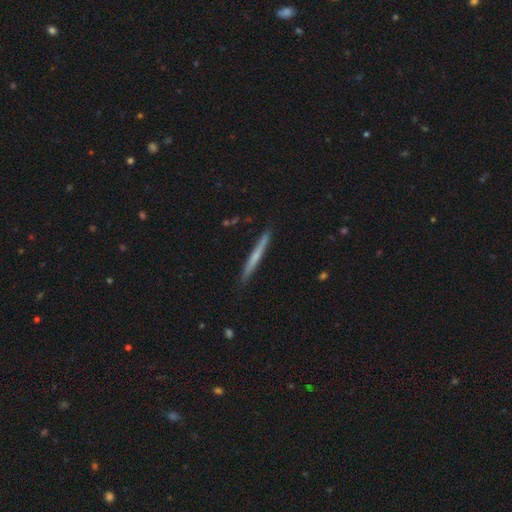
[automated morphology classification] smooth_or_featured: featured or disk (p=0.47) [tied with: smooth p=0.47]
merging: none (p=0.89) [alt: minor disturbance p=0.08]